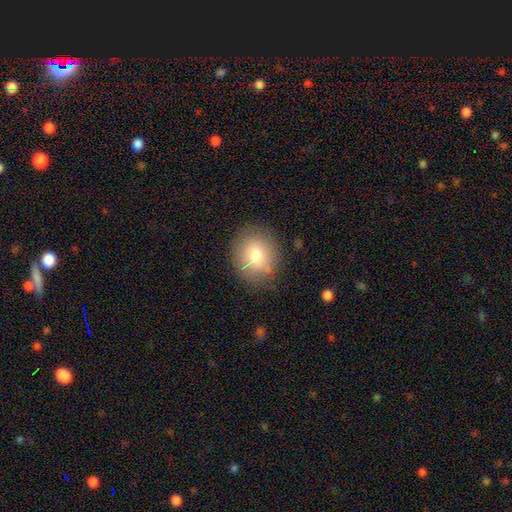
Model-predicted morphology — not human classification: type=smooth (77%); roundness=round (68%); merging=none (82%).